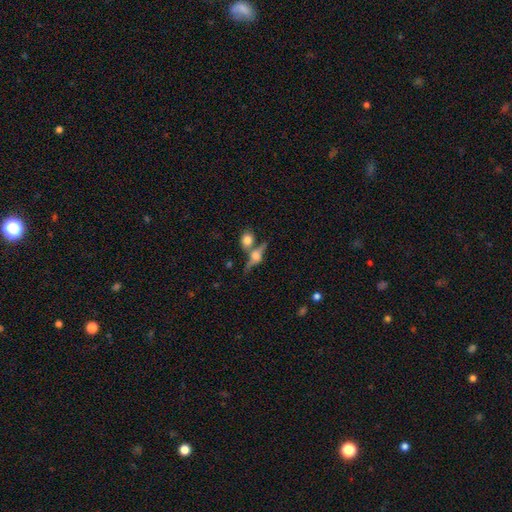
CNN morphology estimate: Smooth or featured? featured or disk (68%)
Edge-on disk? yes (92%)
Edge-on bulge? rounded (93%)
Merging? none (61%)